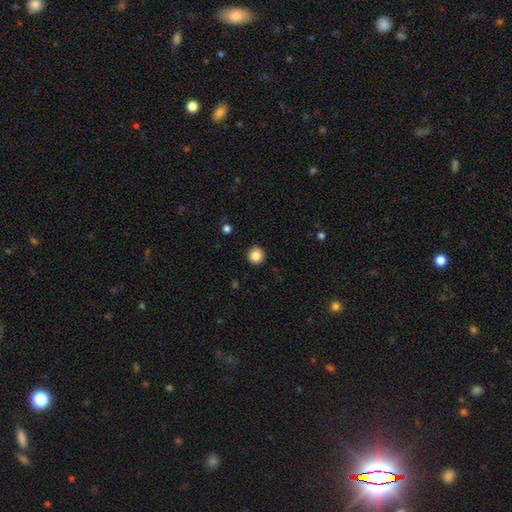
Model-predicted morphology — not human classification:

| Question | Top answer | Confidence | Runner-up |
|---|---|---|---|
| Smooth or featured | smooth | 85% | star or artifact (10%) |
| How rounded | round | 95% | in between (4%) |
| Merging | none | 92% | minor disturbance (5%) |